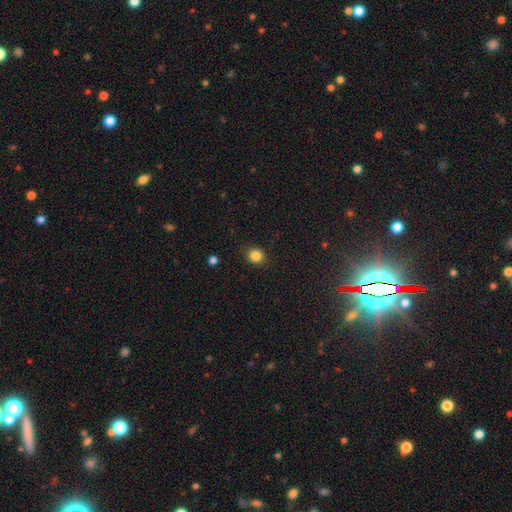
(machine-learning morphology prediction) smooth-or-featured: smooth: 84% | star or artifact: 11% | featured or disk: 4%
  how-rounded: round: 78% | in between: 21% | cigar-shaped: 1%
  merging: none: 88% | minor disturbance: 9% | major disturbance: 2% | merger: 1%